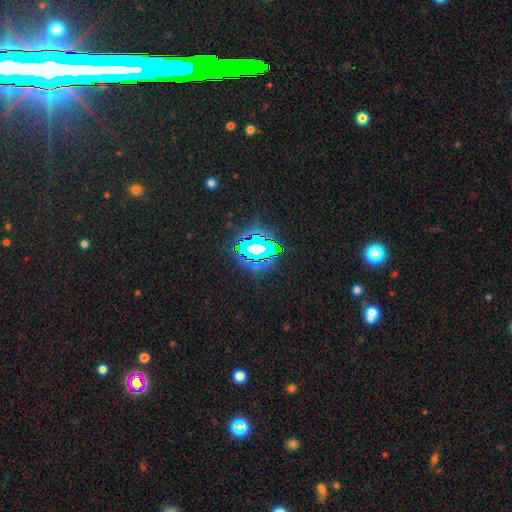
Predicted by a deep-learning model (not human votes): star or artifact 75%, smooth 15%, featured or disk 11%.